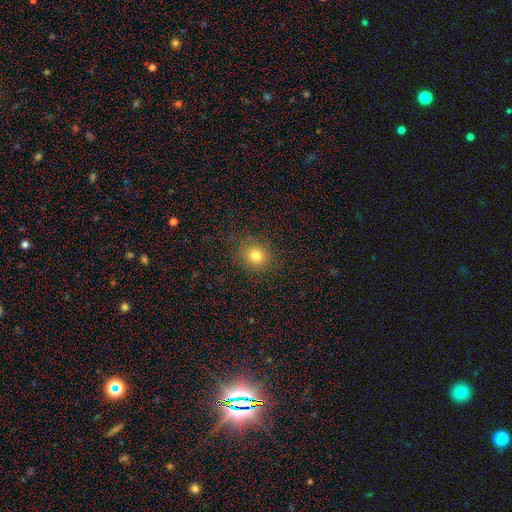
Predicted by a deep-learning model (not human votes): This appears to be a smooth galaxy with no disk features (81%) that is round (82%). Merging: none (87%).